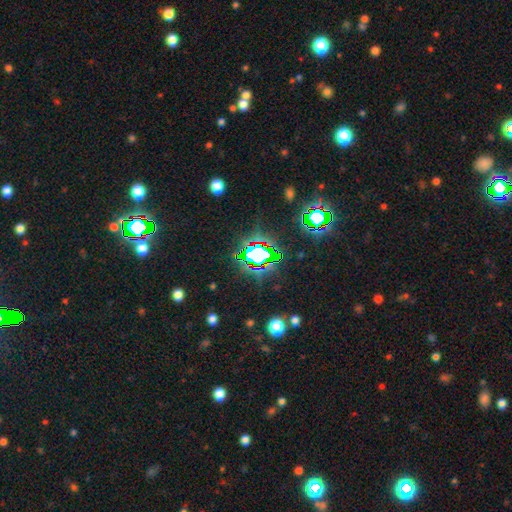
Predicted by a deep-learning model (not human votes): A star or artifact, not a galaxy (75%).